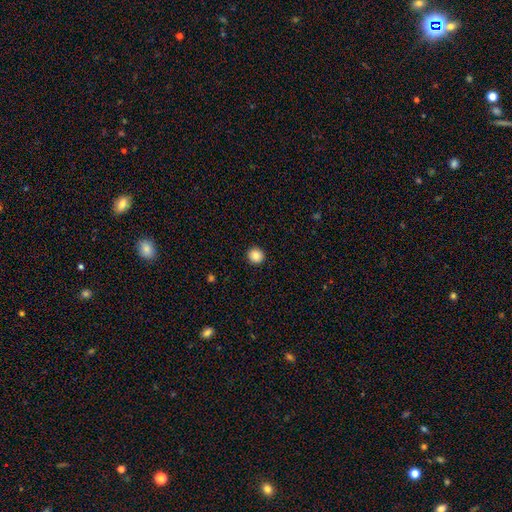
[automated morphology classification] Smooth or featured? Predicted: smooth (p=0.86). How rounded? Predicted: round (p=0.94). Merging? Predicted: none (p=0.93).